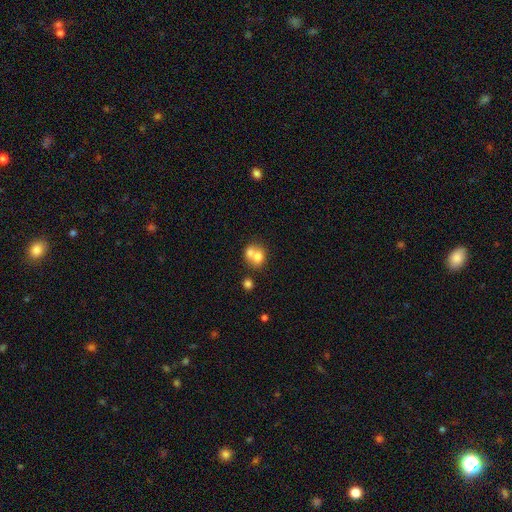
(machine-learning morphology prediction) This is likely a smooth galaxy (69%). How rounded: likely round (66%). Merging: likely merger (63%).